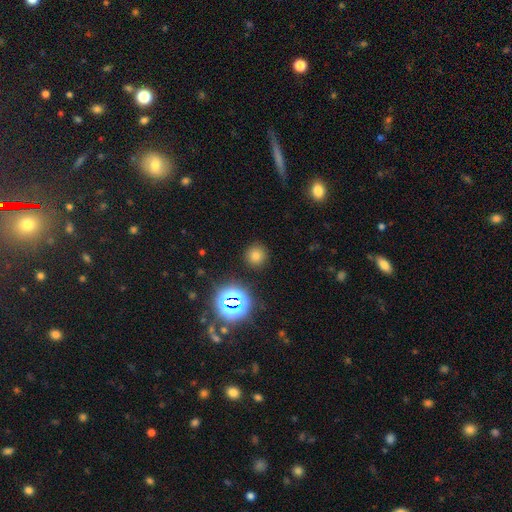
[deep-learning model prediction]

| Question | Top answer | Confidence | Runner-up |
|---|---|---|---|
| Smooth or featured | smooth | 69% | star or artifact (24%) |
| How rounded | round | 92% | in between (6%) |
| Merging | none | 89% | minor disturbance (7%) |